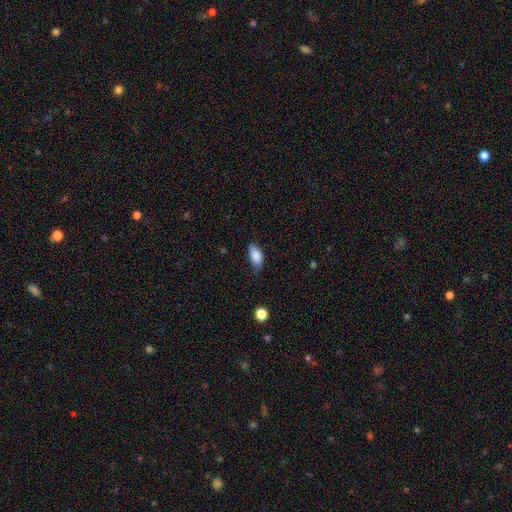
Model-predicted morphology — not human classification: This is clearly a smooth galaxy (87%). How rounded: clearly in between (91%). Merging: likely none (65%).